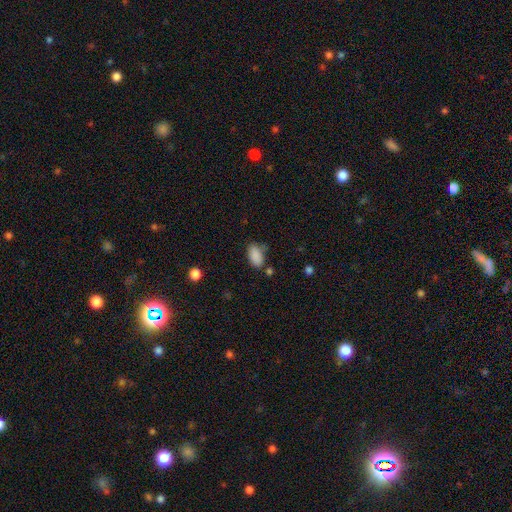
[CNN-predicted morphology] smooth 87%, star or artifact 9%, featured or disk 4%. Down the decision tree: how rounded — in between (92%); merging — none (62%).